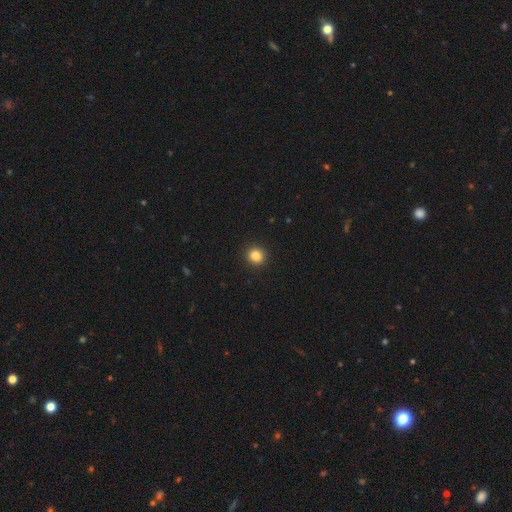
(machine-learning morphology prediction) Smooth or featured?
  - smooth: 85% *
  - star or artifact: 11%
  - featured or disk: 4%
How rounded?
  - round: 90% *
  - in between: 9%
  - cigar-shaped: 1%
Merging?
  - none: 93% *
  - minor disturbance: 4%
  - major disturbance: 2%
  - merger: 1%